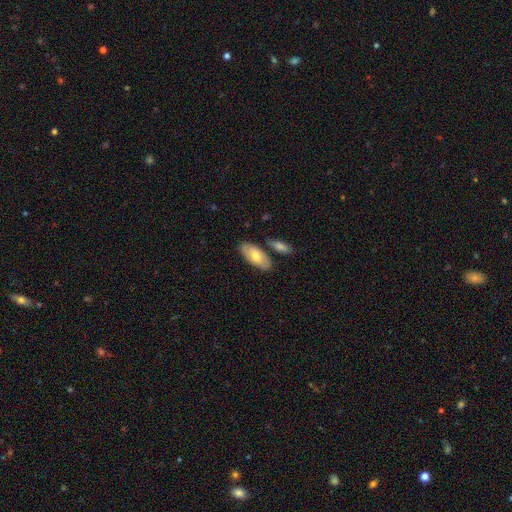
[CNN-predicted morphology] A smooth galaxy with no disk features (61%) that is in between round and cigar-shaped (90%). Merging: none (74%).